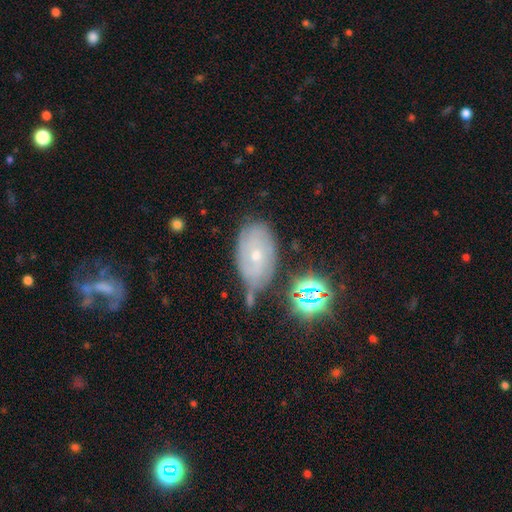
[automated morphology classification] Smooth or featured?
  - featured or disk: 60% *
  - smooth: 21%
  - star or artifact: 19%
Edge-on disk?
  - no: 93% *
  - yes: 7%
Bar?
  - no: 68% *
  - weak: 26%
  - strong: 6%
Spiral arms?
  - yes: 84% *
  - no: 16%
Bulge size?
  - small: 63% *
  - moderate: 34%
  - none: 1%
  - large: 1%
  - dominant: 1%
Merging?
  - none: 62% *
  - minor disturbance: 25%
  - major disturbance: 7%
  - merger: 6%